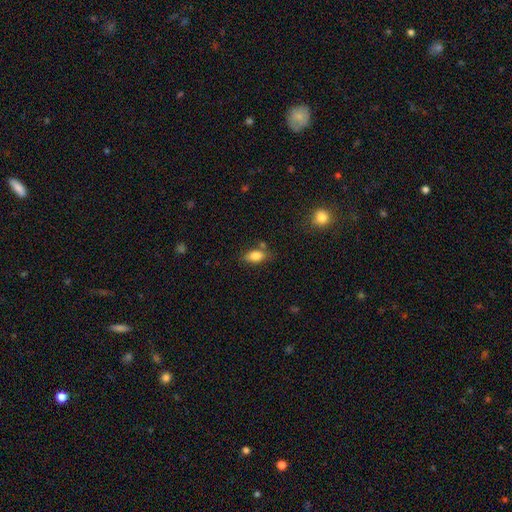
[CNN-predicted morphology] Smooth or featured? Predicted: smooth (p=0.84). How rounded? Predicted: in between (p=0.88). Merging? Predicted: none (p=0.71).